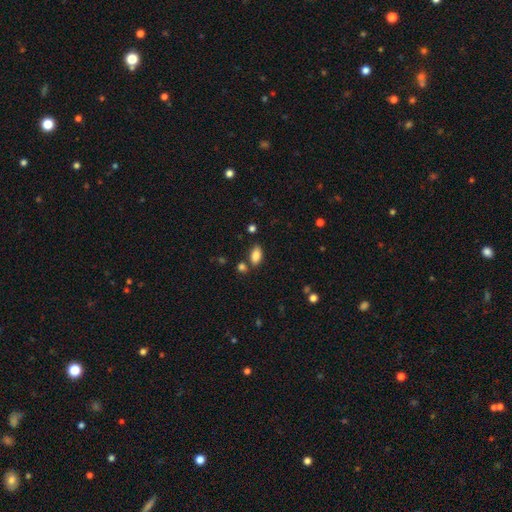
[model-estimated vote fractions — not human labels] Q: Smooth or featured?
A: smooth (85%); runner-up: star or artifact (9%)
Q: How rounded?
A: in between (91%); runner-up: cigar-shaped (5%)
Q: Merging?
A: none (75%); runner-up: minor disturbance (13%)